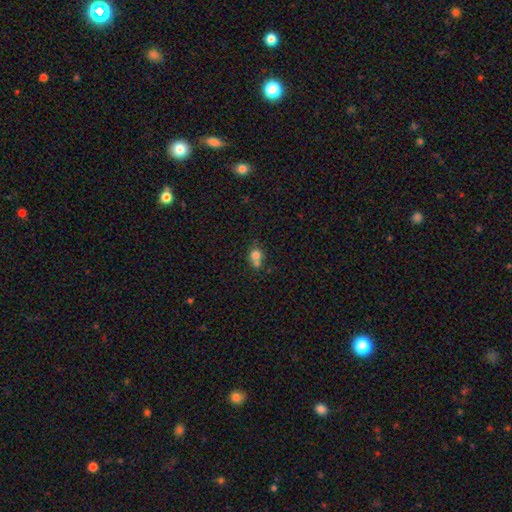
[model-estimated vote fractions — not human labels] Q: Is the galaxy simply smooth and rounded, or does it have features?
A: smooth — 76%.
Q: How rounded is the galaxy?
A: round — 72%.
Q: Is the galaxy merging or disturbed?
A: merger — 46%.